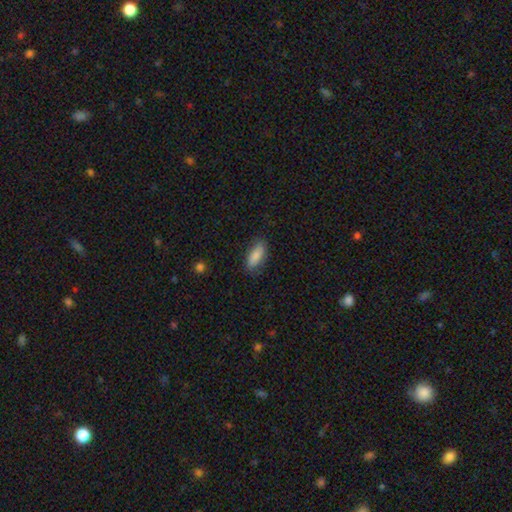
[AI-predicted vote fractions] This appears to be a smooth galaxy with no disk features (86%) that is in between round and cigar-shaped (76%). Merging: none (82%).